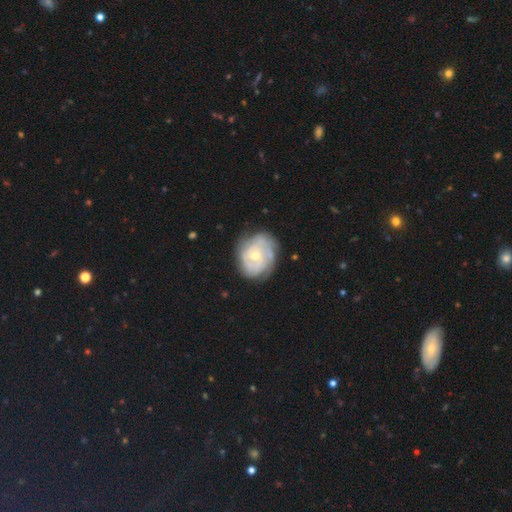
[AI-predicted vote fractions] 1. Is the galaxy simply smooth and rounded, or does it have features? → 79% featured or disk, 16% smooth, 5% star or artifact.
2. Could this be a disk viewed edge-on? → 97% no, 3% yes.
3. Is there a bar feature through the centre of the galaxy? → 76% no, 20% weak, 4% strong.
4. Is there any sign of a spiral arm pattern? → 88% yes, 12% no.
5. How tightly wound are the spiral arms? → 71% tight, 22% medium, 7% loose.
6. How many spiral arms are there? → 43% can't tell, 22% 2, 17% 3, 8% 4, 5% 1, 5% more than 4.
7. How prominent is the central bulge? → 52% small, 45% moderate, 2% large, 1% none, 1% dominant.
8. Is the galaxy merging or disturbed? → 71% none, 20% minor disturbance, 8% major disturbance, 2% merger.